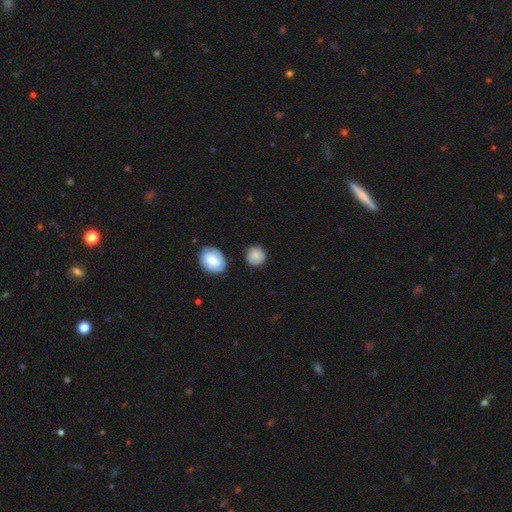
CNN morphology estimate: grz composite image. It shows a smooth galaxy with no disk features (84%) that is round (88%). Merging: none (81%).